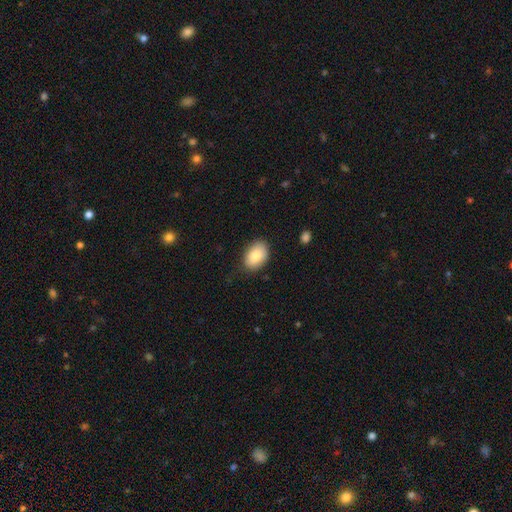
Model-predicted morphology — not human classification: The model was most divided on "merging": none: 80%, minor disturbance: 16%, major disturbance: 3%, merger: 1%. More confident: how rounded — in between (87%); smooth or featured — smooth (84%).